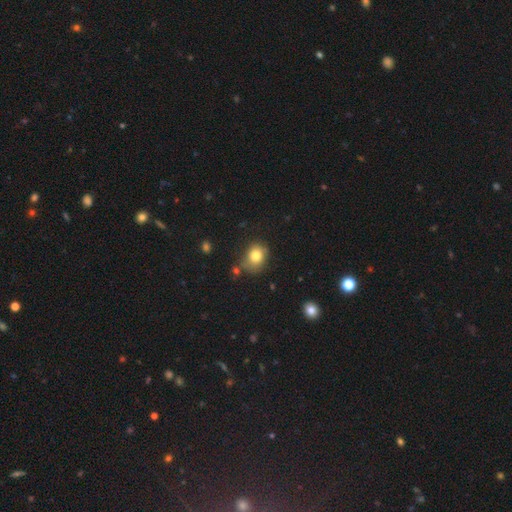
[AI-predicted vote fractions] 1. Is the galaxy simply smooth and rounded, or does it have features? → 80% smooth, 10% star or artifact, 10% featured or disk.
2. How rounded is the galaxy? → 59% round, 40% in between, 1% cigar-shaped.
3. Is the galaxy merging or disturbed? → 66% none, 21% minor disturbance, 7% merger, 6% major disturbance.